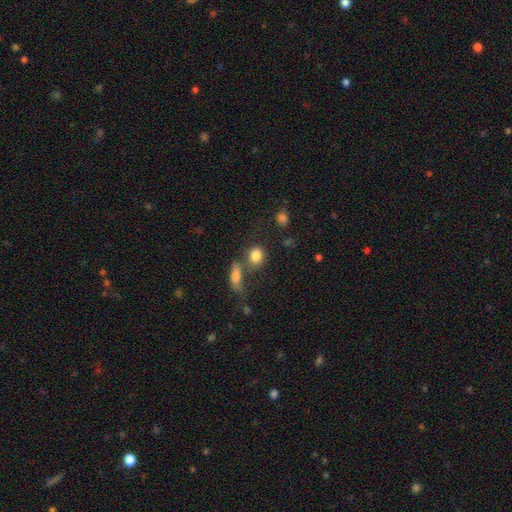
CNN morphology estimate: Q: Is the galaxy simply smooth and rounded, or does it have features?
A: smooth — 83%.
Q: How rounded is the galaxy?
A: round — 61%.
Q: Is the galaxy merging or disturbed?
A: none — 56%.